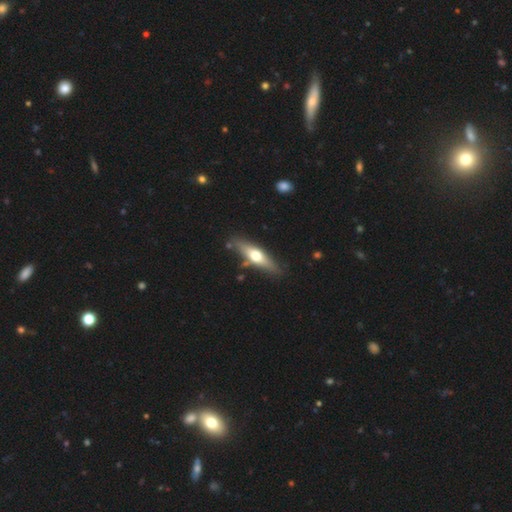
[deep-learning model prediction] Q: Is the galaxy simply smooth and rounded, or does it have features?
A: featured or disk — 51%.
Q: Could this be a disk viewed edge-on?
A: yes — 87%.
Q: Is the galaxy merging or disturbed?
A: none — 81%.